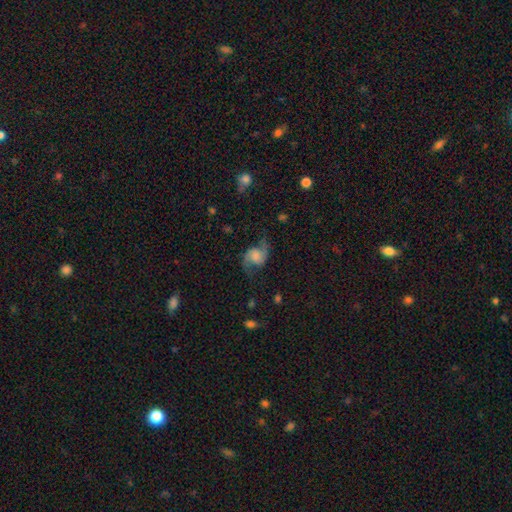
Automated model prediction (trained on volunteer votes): This appears to be a featured or disk galaxy (77%) with no bar (58%), 2 (92%) loose (61%) spiral arms (95%) and no central bulge (33%). Merging: none (70%).